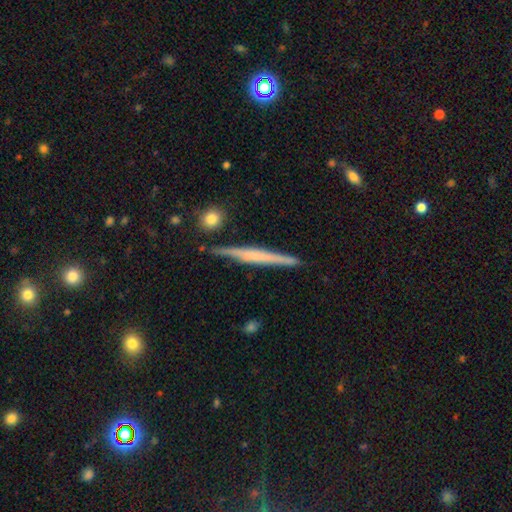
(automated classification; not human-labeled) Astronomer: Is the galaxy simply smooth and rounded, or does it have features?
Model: featured or disk — 62%.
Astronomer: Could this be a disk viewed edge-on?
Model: yes — 97%.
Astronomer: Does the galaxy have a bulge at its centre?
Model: none — 54%.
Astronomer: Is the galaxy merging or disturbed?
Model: none — 86%.